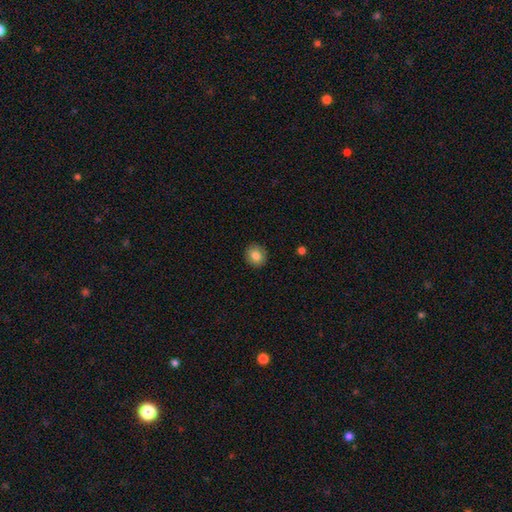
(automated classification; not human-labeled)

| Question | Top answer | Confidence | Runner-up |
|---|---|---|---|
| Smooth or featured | smooth | 83% | star or artifact (9%) |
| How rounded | round | 86% | in between (13%) |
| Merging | none | 91% | minor disturbance (6%) |